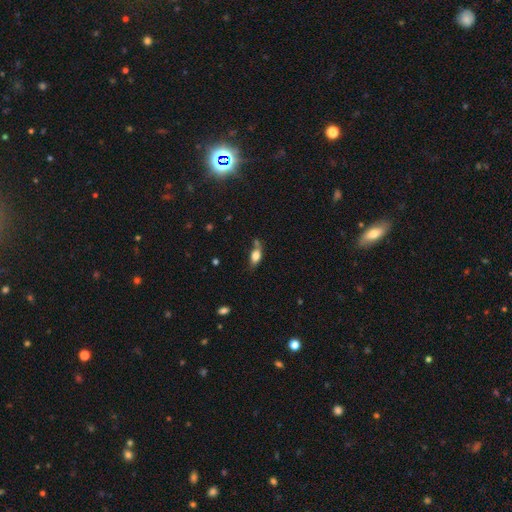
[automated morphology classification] smooth 73%, featured or disk 18%, star or artifact 9%. Down the decision tree: how rounded — in between (82%); merging — none (51%).